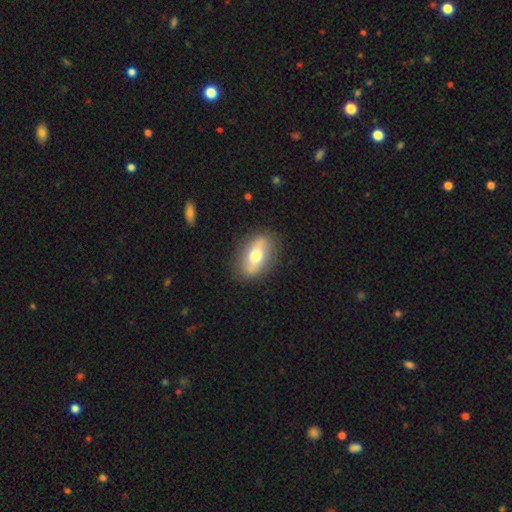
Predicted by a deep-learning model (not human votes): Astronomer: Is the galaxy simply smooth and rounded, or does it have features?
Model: smooth — 48% (runner-up: featured or disk, 46%).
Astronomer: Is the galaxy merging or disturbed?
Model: none — 84%.